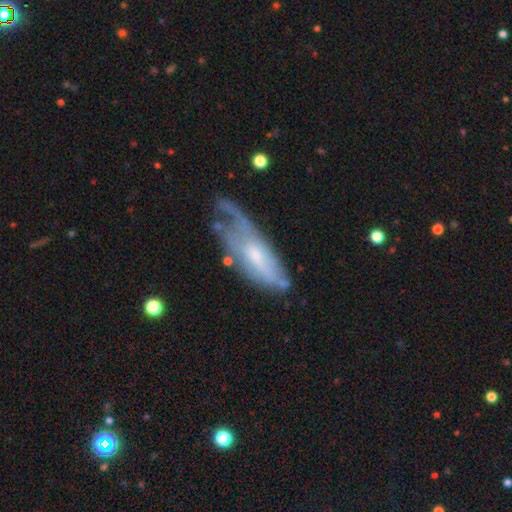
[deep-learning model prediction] A featured or disk galaxy (59%).

Vote fractions:
- Smooth or featured? featured or disk: 59% / smooth: 34% / star or artifact: 7%
- Edge-on disk? no: 79% / yes: 21%
- Merging? none: 35% / major disturbance: 30% / minor disturbance: 30% / merger: 5%